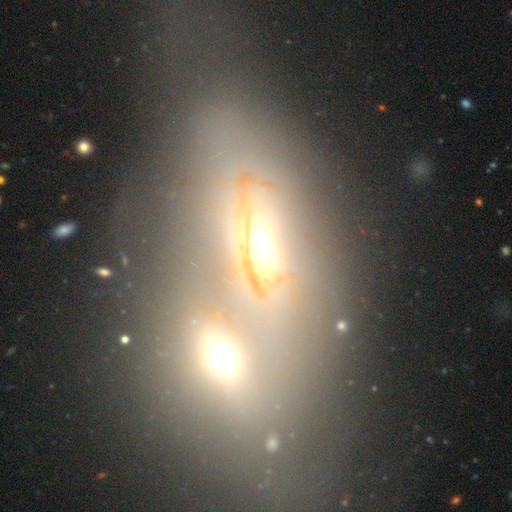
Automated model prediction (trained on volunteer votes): Smooth or featured?
  - featured or disk: 55% *
  - smooth: 28%
  - star or artifact: 17%
Edge-on disk?
  - no: 73% *
  - yes: 27%
Merging?
  - merger: 53% *
  - none: 27%
  - minor disturbance: 10%
  - major disturbance: 10%